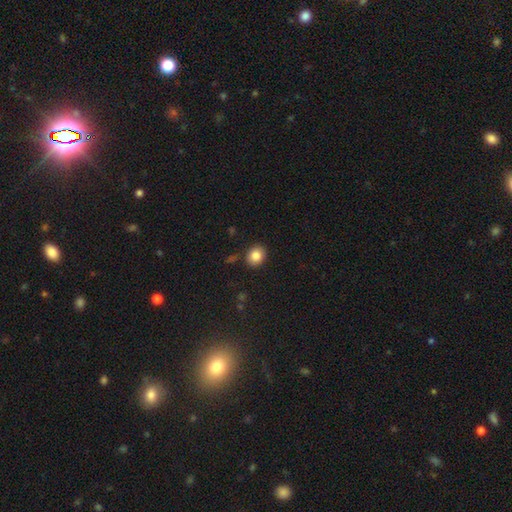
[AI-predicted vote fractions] A smooth galaxy with no disk features (85%) that is round (67%).

Vote fractions:
- Smooth or featured? smooth: 85% / star or artifact: 9% / featured or disk: 6%
- How rounded? round: 67% / in between: 32% / cigar-shaped: 1%
- Merging? none: 86% / minor disturbance: 9% / major disturbance: 2% / merger: 2%